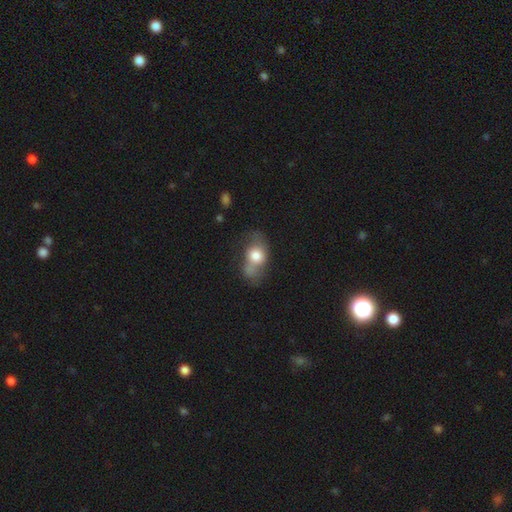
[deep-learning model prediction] Smooth or featured? Predicted: smooth (p=0.65). How rounded? Predicted: in between (p=0.69). Merging? Predicted: none (p=0.32).